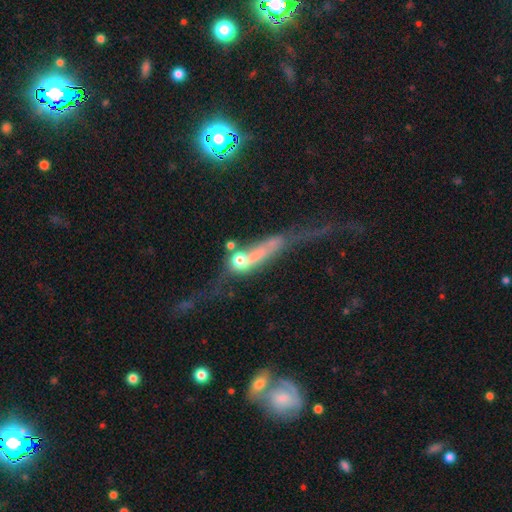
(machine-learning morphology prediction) smooth_or_featured: featured or disk (p=0.55) [alt: smooth p=0.29]
disk_edge_on: yes (p=0.60) [alt: no p=0.40]
merging: major disturbance (p=0.35) [alt: none p=0.26]